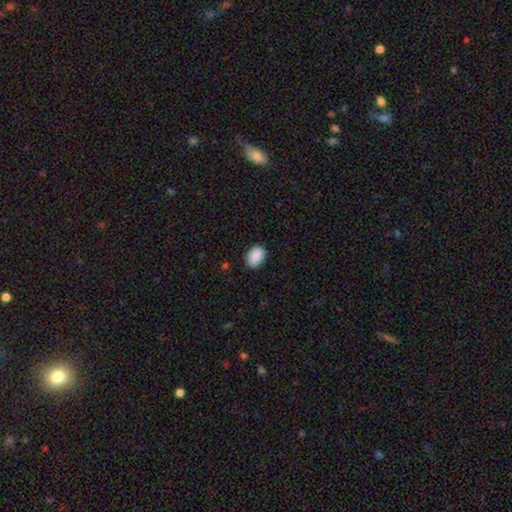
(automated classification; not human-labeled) Q: Smooth or featured?
A: smooth (90%); runner-up: star or artifact (7%)
Q: How rounded?
A: in between (82%); runner-up: round (17%)
Q: Merging?
A: none (88%); runner-up: minor disturbance (9%)